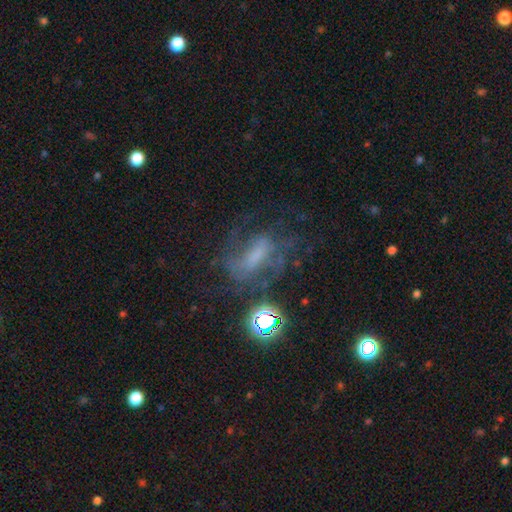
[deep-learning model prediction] This is possibly a featured or disk galaxy (56%). It is clearly not viewed edge-on (92%). Bar: marginally weak (37%). Spiral arm pattern: likely yes (70%). Central bulge: marginally none (38%). Merging: possibly none (48%).